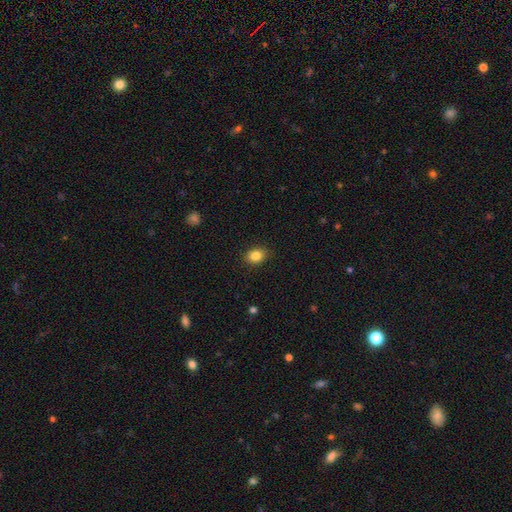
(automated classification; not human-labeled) This is clearly a smooth galaxy (85%). How rounded: likely in between (63%). Merging: clearly none (89%).